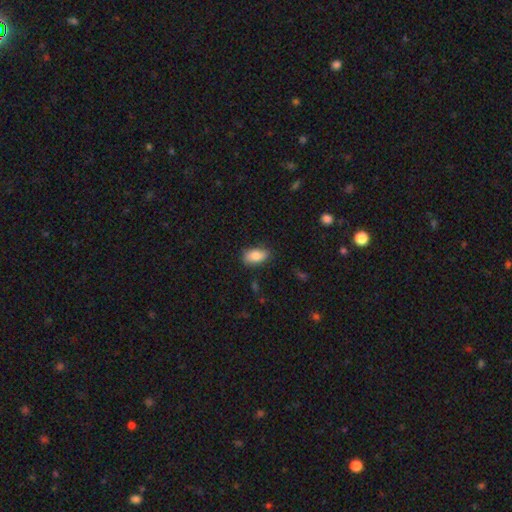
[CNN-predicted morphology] A smooth galaxy with no disk features (86%) that is in between round and cigar-shaped (92%). Merging: none (81%).